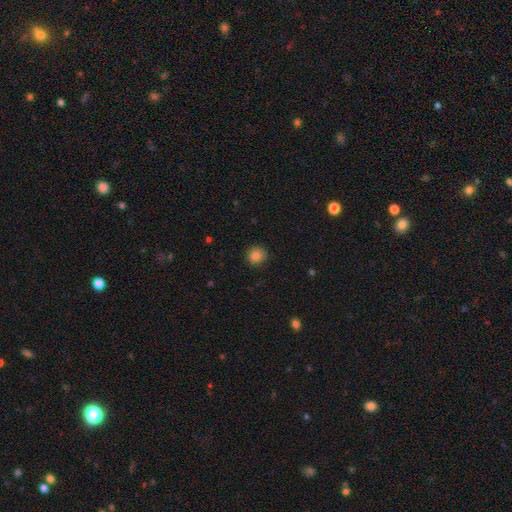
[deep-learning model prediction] Smooth or featured: smooth — 82% (star or artifact — 11%)
How rounded: round — 92% (in between — 7%)
Merging: none — 88% (minor disturbance — 9%)